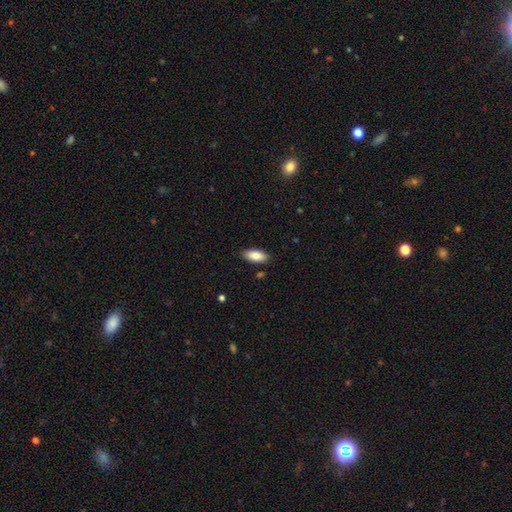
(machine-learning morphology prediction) Smooth or featured?
  - smooth: 86% *
  - featured or disk: 8%
  - star or artifact: 6%
How rounded?
  - in between: 88% *
  - cigar-shaped: 10%
  - round: 2%
Merging?
  - none: 87% *
  - minor disturbance: 9%
  - major disturbance: 2%
  - merger: 1%